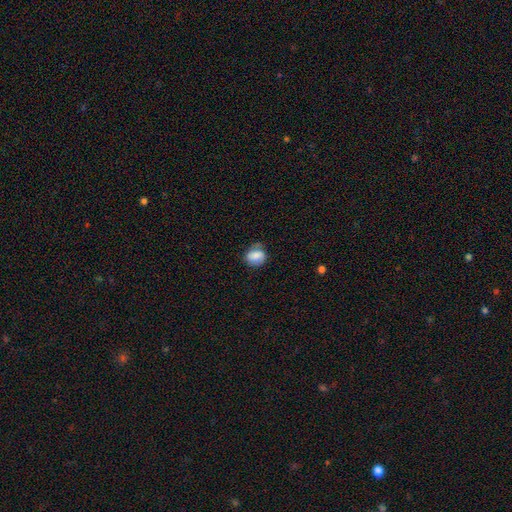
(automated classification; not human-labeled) A smooth galaxy with no disk features (75%) that is round (64%).

Vote fractions:
- Smooth or featured? smooth: 75% / featured or disk: 16% / star or artifact: 9%
- How rounded? round: 64% / in between: 35% / cigar-shaped: 1%
- Merging? none: 61% / minor disturbance: 28% / major disturbance: 8% / merger: 4%